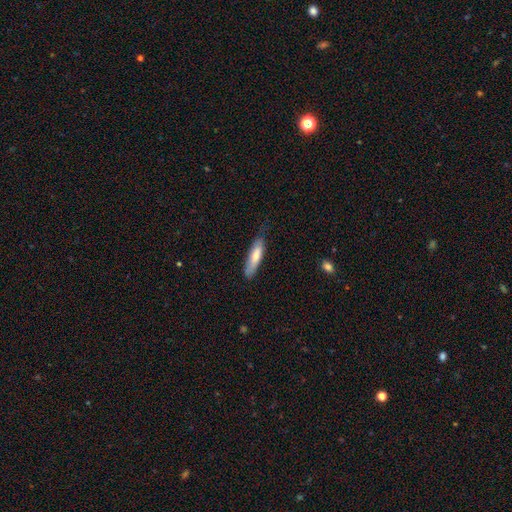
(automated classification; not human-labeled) smooth 74%, featured or disk 21%, star or artifact 6%. Down the decision tree: how rounded — cigar-shaped (67%); merging — none (67%).